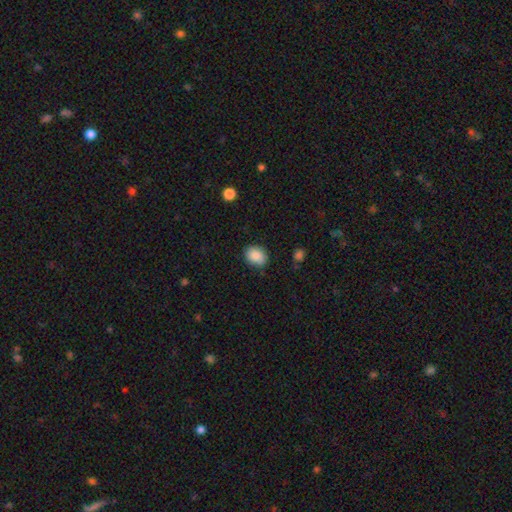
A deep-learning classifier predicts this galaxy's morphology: Overall: smooth (88%). How rounded: in between (55%; round 44%). Merging: none (81%).